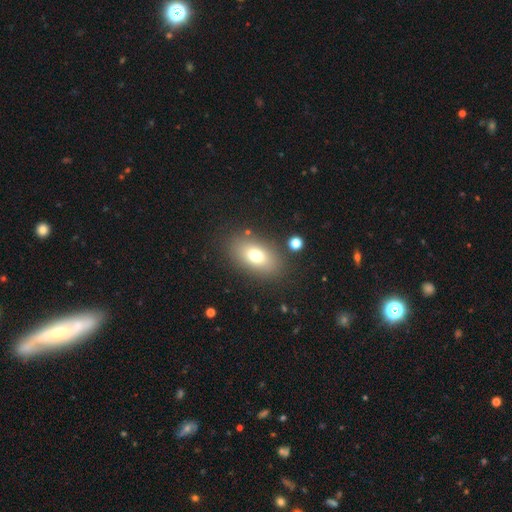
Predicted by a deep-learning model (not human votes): Smooth or featured? smooth (74%)
How rounded? in between (86%)
Merging? none (83%)